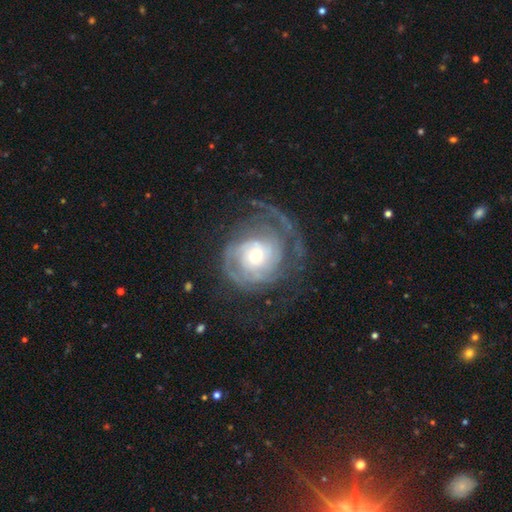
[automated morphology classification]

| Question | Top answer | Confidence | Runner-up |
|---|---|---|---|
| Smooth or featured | featured or disk | 83% | smooth (11%) |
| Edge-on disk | no | 97% | yes (3%) |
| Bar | no | 76% | weak (19%) |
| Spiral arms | yes | 91% | no (9%) |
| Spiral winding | tight | 58% | medium (27%) |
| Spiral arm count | can't tell | 36% | 2 (28%) |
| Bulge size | moderate | 51% | small (40%) |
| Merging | none | 49% | major disturbance (31%) |